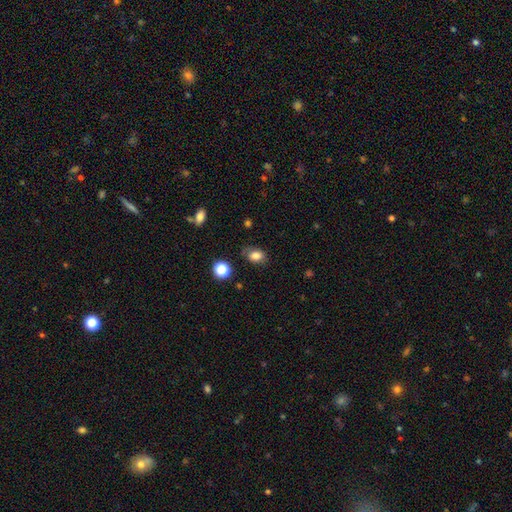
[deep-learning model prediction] A smooth galaxy with no disk features (80%) that is in between round and cigar-shaped (77%). Merging: none (71%).